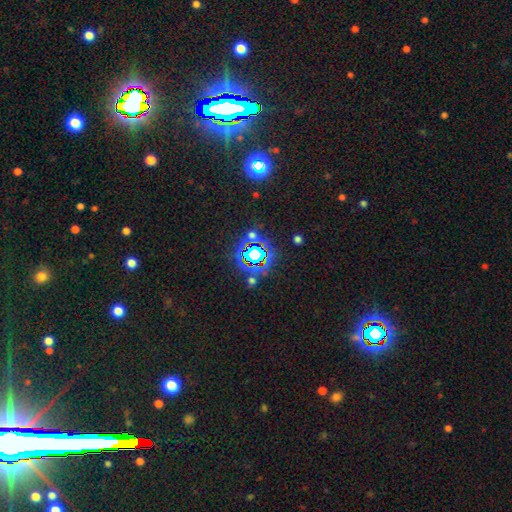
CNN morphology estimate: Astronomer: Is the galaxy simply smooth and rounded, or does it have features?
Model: star or artifact — 72%.